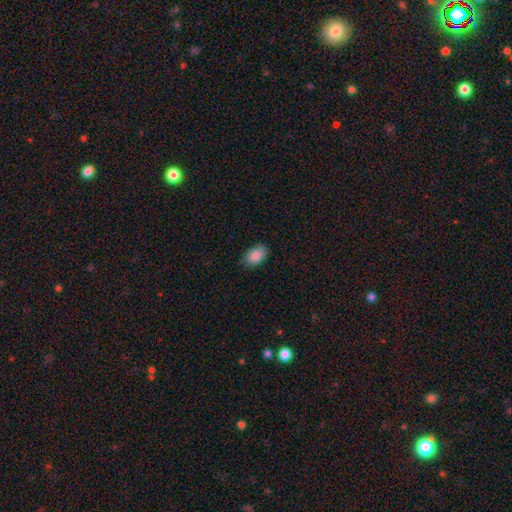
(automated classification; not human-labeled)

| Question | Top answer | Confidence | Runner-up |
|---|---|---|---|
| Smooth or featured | smooth | 87% | star or artifact (7%) |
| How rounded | in between | 90% | round (8%) |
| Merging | none | 80% | minor disturbance (16%) |